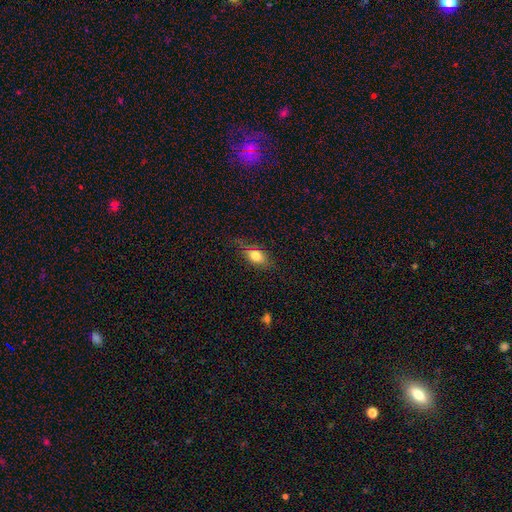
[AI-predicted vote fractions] This is likely a smooth galaxy (75%). How rounded: clearly in between (80%). Merging: likely none (73%).